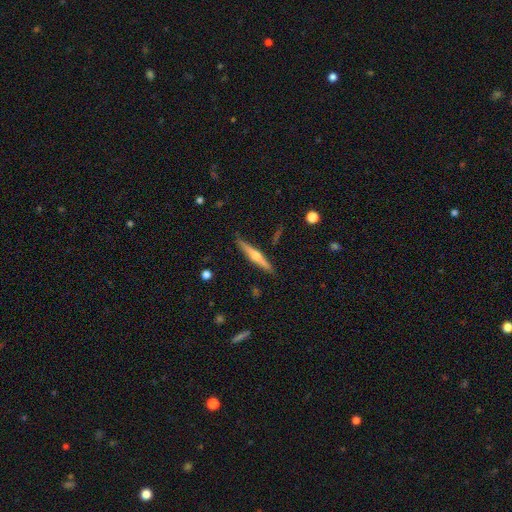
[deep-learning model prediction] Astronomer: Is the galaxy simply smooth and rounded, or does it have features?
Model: featured or disk — 68%.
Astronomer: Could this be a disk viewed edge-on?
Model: yes — 97%.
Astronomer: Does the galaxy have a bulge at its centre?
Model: rounded — 90%.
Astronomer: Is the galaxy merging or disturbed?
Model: none — 88%.